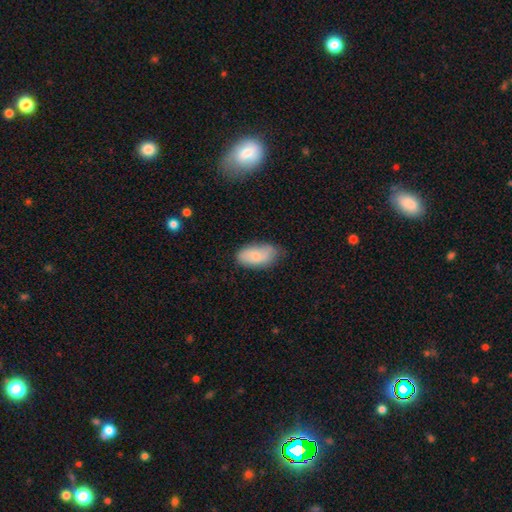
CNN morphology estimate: Overall: smooth (77%). How rounded: in between (93%). Merging: none (60%; minor disturbance 31%).